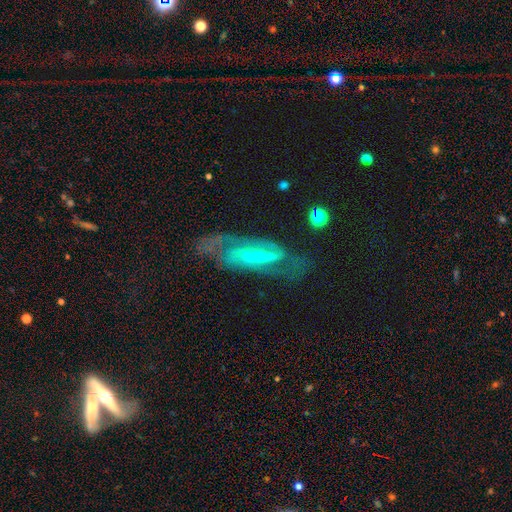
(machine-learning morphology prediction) Smooth or featured? featured or disk (80%)
Edge-on disk? no (85%)
Bar? weak (39%)
Spiral arms? yes (92%)
Spiral winding? medium (47%)
Spiral arm count? 2 (74%)
Bulge size? small (39%)
Merging? none (63%)